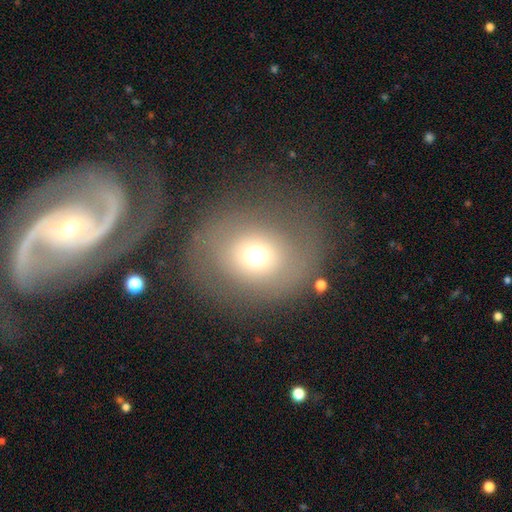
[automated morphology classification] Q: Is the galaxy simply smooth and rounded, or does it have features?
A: smooth — 60%.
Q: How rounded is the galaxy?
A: round — 66%.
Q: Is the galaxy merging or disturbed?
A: none — 65%.